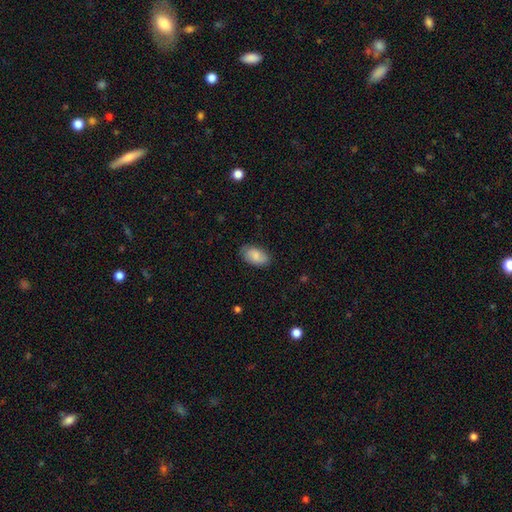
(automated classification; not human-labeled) The model was most divided on "merging": none: 83%, minor disturbance: 13%, major disturbance: 3%, merger: 1%. More confident: how rounded — in between (95%); smooth or featured — smooth (84%).